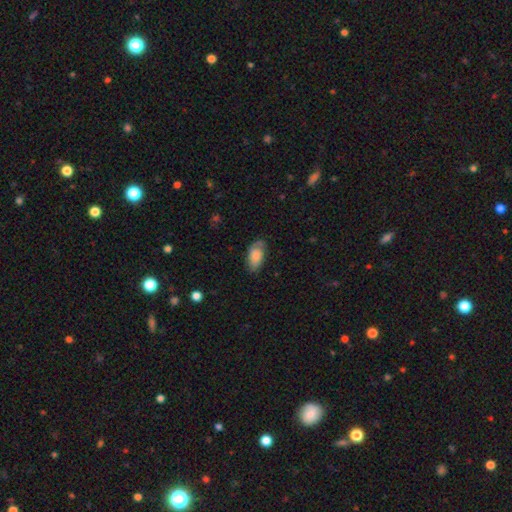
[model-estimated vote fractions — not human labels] This is likely a smooth galaxy (67%). How rounded: clearly in between (93%). Merging: likely none (68%).